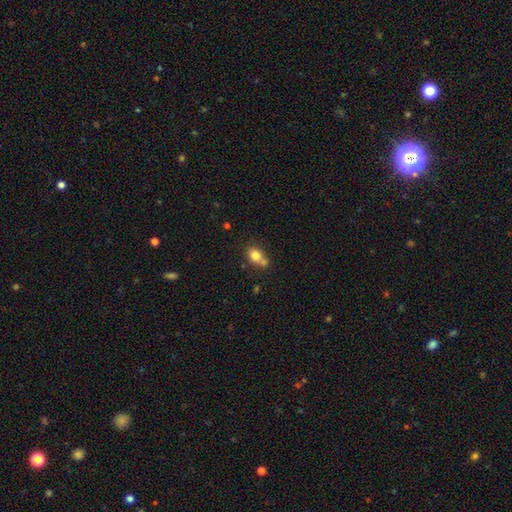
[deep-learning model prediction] A smooth galaxy with no disk features (79%) that is in between round and cigar-shaped (55%). Merging: none (46%).